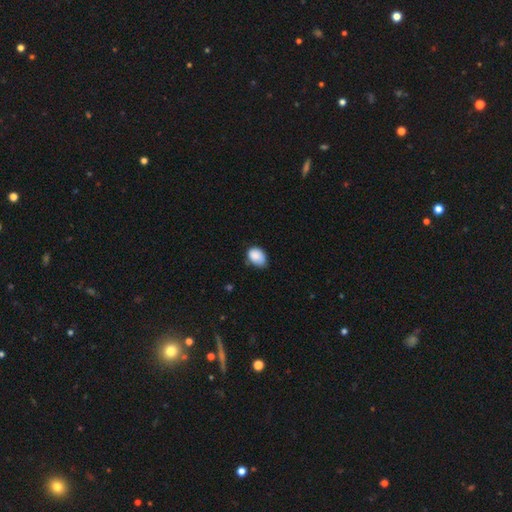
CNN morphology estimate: A smooth galaxy with no disk features (86%) that is in between round and cigar-shaped (73%).

Vote fractions:
- Smooth or featured? smooth: 86% / star or artifact: 7% / featured or disk: 6%
- How rounded? in between: 73% / round: 26% / cigar-shaped: 1%
- Merging? none: 52% / minor disturbance: 39% / major disturbance: 6% / merger: 2%